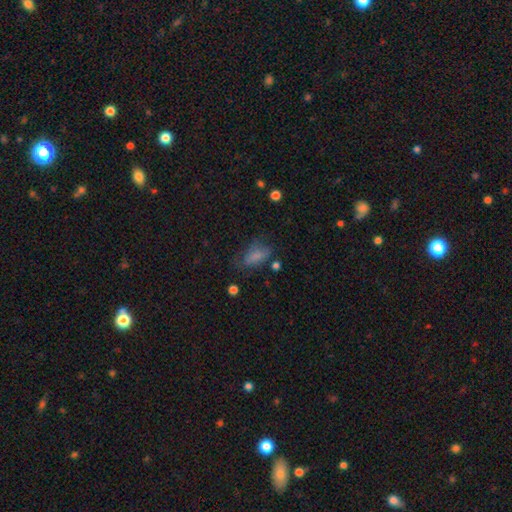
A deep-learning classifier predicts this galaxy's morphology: The model was most divided on "merging": none: 52%, minor disturbance: 28%, major disturbance: 17%, merger: 4%. More confident: how rounded — in between (84%); smooth or featured — smooth (73%).